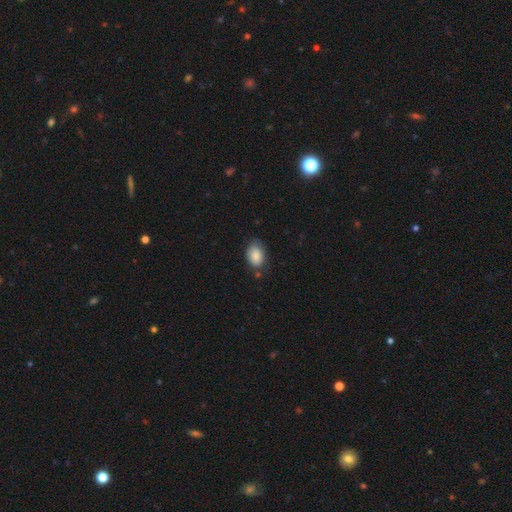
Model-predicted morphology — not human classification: The model was most divided on "merging": none: 62%, minor disturbance: 29%, major disturbance: 6%, merger: 3%. More confident: smooth or featured — smooth (85%); how rounded — in between (84%).